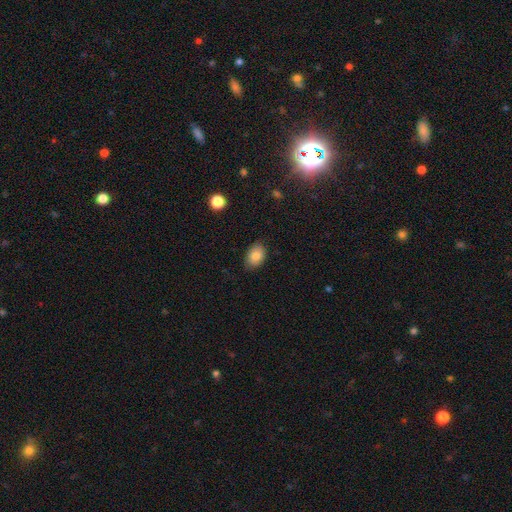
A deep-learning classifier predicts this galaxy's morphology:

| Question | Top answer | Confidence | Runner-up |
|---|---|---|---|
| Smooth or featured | smooth | 83% | featured or disk (8%) |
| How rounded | in between | 81% | round (18%) |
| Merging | none | 82% | minor disturbance (14%) |